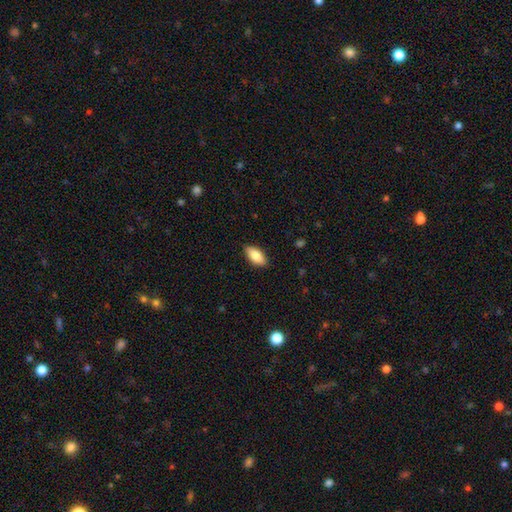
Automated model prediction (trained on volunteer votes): Smooth or featured?
  - smooth: 85% *
  - featured or disk: 9%
  - star or artifact: 6%
How rounded?
  - in between: 91% *
  - cigar-shaped: 6%
  - round: 2%
Merging?
  - none: 87% *
  - minor disturbance: 10%
  - major disturbance: 2%
  - merger: 1%